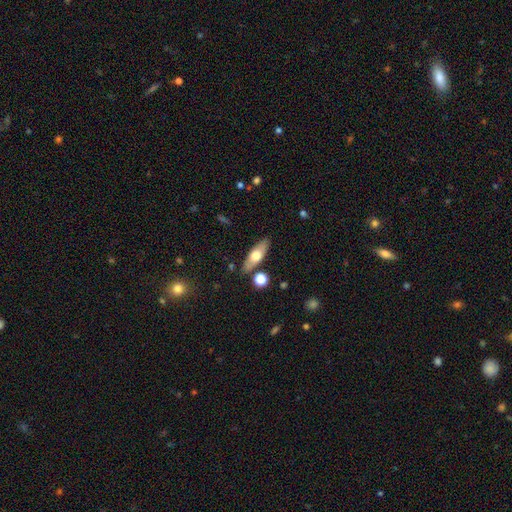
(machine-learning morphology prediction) A smooth galaxy with no disk features (57%) that is in between round and cigar-shaped (61%).

Vote fractions:
- Smooth or featured? smooth: 57% / featured or disk: 37% / star or artifact: 6%
- How rounded? in between: 61% / cigar-shaped: 36% / round: 4%
- Merging? none: 82% / minor disturbance: 11% / merger: 4% / major disturbance: 3%